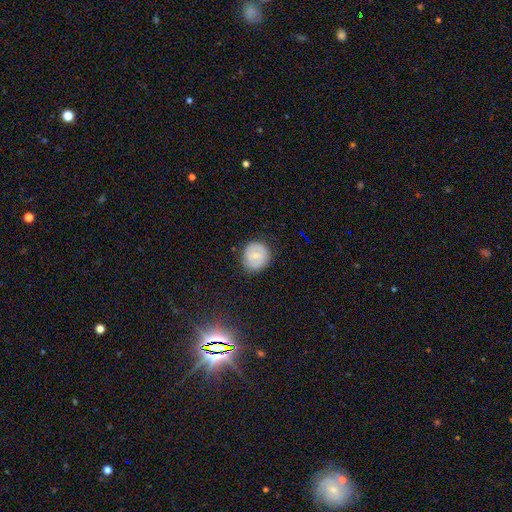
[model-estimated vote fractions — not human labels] Morphology: type=smooth (54%); roundness=round (86%); merging=none (81%).